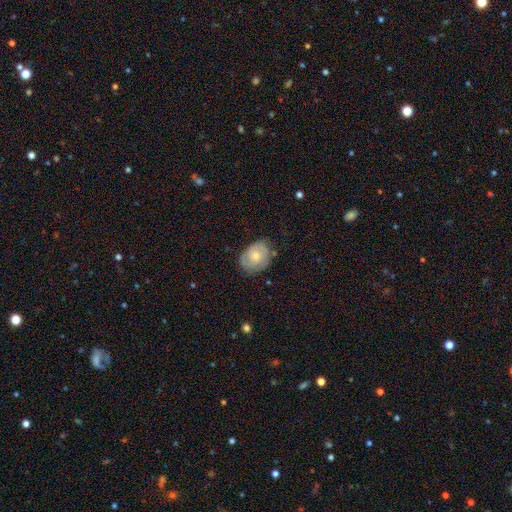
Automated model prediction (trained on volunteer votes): smooth 53%, featured or disk 40%, star or artifact 7%. Down the decision tree: how rounded — in between (65%); merging — none (67%).